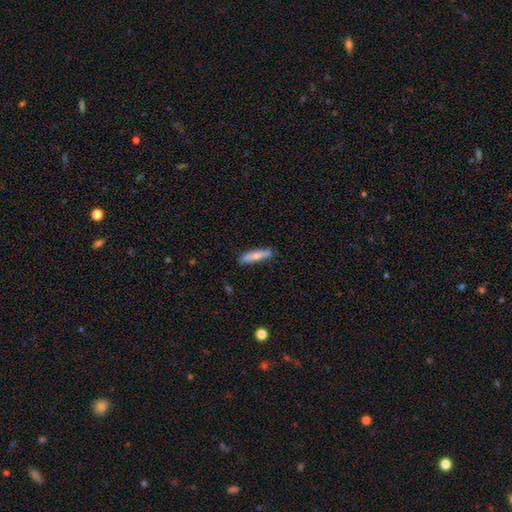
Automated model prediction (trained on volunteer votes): Smooth or featured: smooth — 72% (featured or disk — 22%)
How rounded: cigar-shaped — 88% (in between — 11%)
Merging: none — 85% (minor disturbance — 12%)